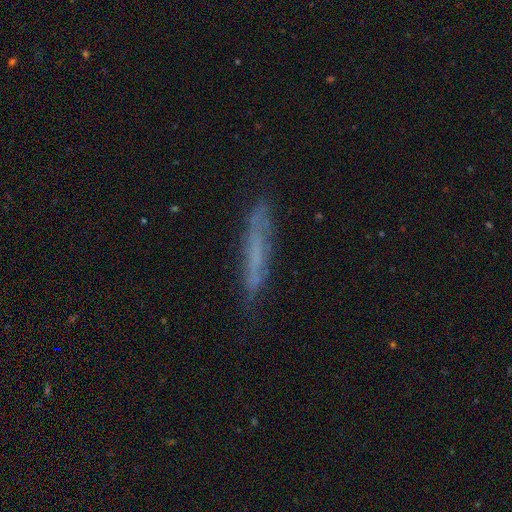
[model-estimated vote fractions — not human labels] smooth_or_featured: smooth (p=0.47) [alt: featured or disk p=0.42]
merging: none (p=0.74) [alt: minor disturbance p=0.19]